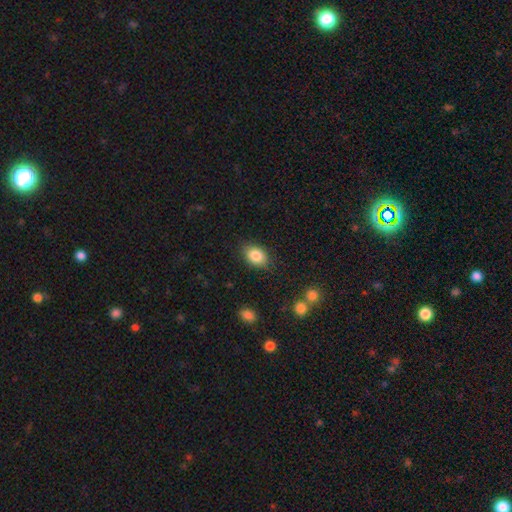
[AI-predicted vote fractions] A smooth galaxy with no disk features (85%) that is in between round and cigar-shaped (79%). Merging: none (83%).